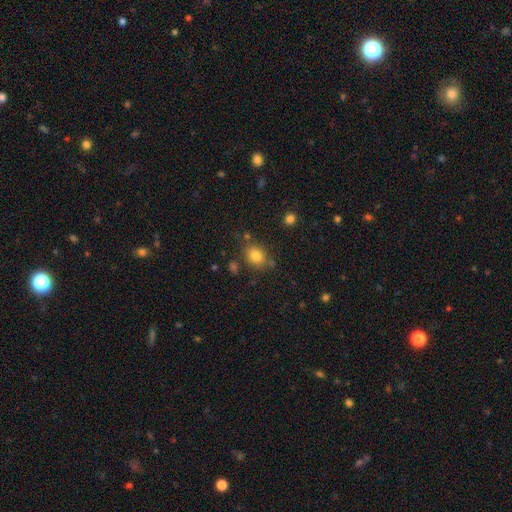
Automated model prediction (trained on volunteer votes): Smooth or featured: smooth — 82% (star or artifact — 11%)
How rounded: in between — 55% (round — 44%)
Merging: none — 73% (minor disturbance — 14%)